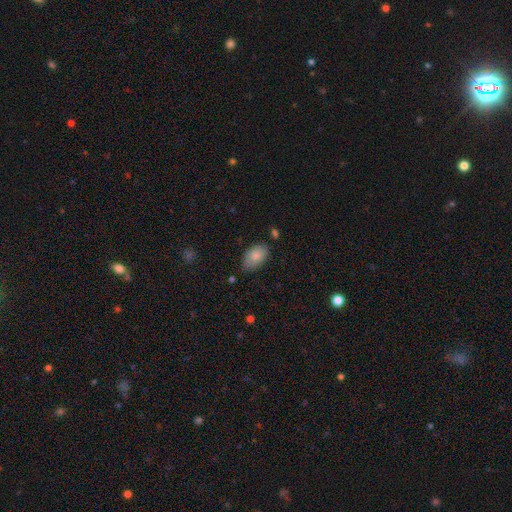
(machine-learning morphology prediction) smooth 83%, featured or disk 10%, star or artifact 7%. Down the decision tree: how rounded — in between (92%); merging — none (76%).